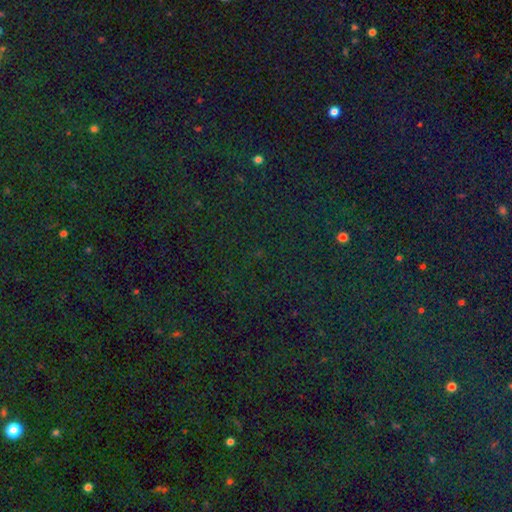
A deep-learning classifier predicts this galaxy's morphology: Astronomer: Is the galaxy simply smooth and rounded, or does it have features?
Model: star or artifact — 82%.